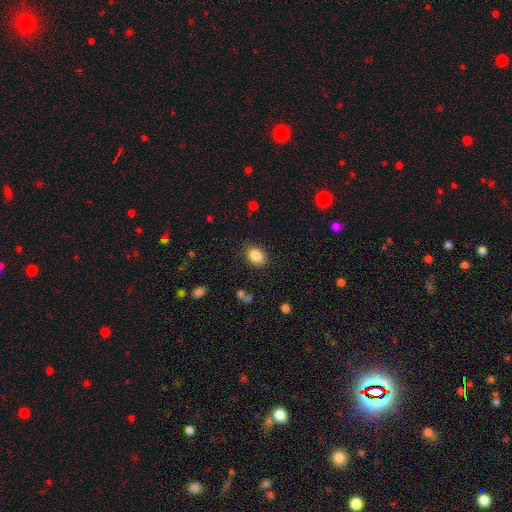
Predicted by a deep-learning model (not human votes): This is clearly a smooth galaxy (86%). How rounded: likely in between (69%). Merging: clearly none (81%).